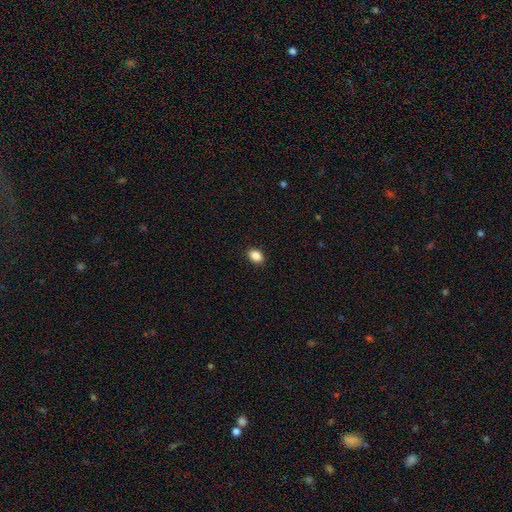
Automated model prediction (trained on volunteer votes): The model was most divided on "how rounded": in between: 75%, round: 24%, cigar-shaped: 1%. More confident: merging — none (90%); smooth or featured — smooth (88%).